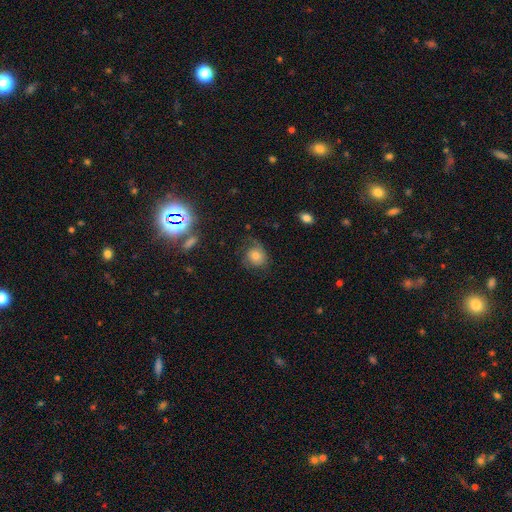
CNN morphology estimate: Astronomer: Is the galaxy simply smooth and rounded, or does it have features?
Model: smooth — 58%.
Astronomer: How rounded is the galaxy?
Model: round — 72%.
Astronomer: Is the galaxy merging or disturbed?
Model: none — 50% (runner-up: minor disturbance, 26%).